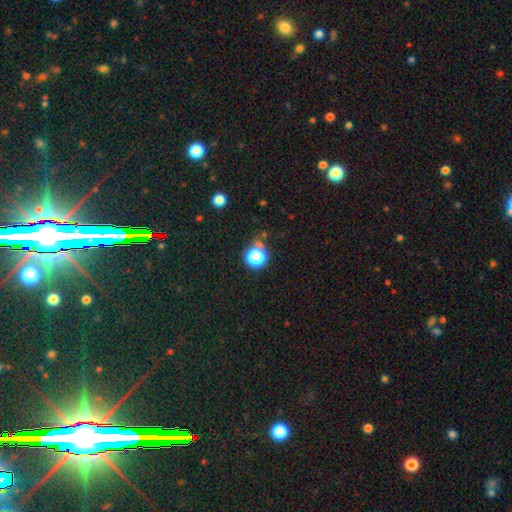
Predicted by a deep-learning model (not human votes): star or artifact 50%, smooth 43%, featured or disk 7%.